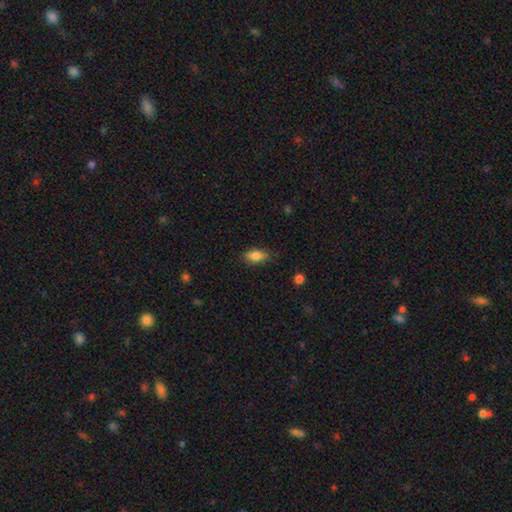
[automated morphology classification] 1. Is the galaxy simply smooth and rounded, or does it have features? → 82% smooth, 10% featured or disk, 8% star or artifact.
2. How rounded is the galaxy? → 85% in between, 10% cigar-shaped, 5% round.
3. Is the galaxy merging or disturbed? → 79% none, 16% minor disturbance, 3% major disturbance, 1% merger.